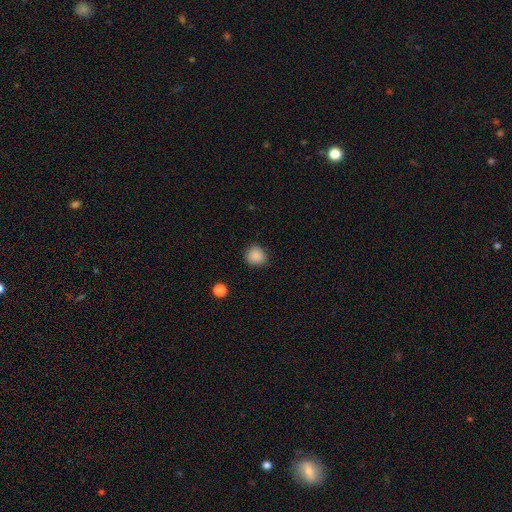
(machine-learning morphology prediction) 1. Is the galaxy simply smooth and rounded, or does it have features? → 88% smooth, 10% star or artifact, 3% featured or disk.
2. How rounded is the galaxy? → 87% round, 12% in between, 1% cigar-shaped.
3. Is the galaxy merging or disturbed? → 88% none, 8% minor disturbance, 2% major disturbance, 1% merger.